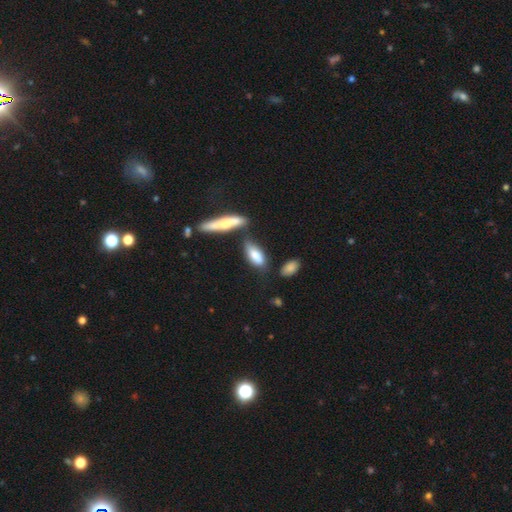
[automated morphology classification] smooth-or-featured: smooth: 78% | featured or disk: 16% | star or artifact: 7%
  how-rounded: in between: 71% | cigar-shaped: 26% | round: 3%
  merging: none: 52% | minor disturbance: 21% | merger: 19% | major disturbance: 7%